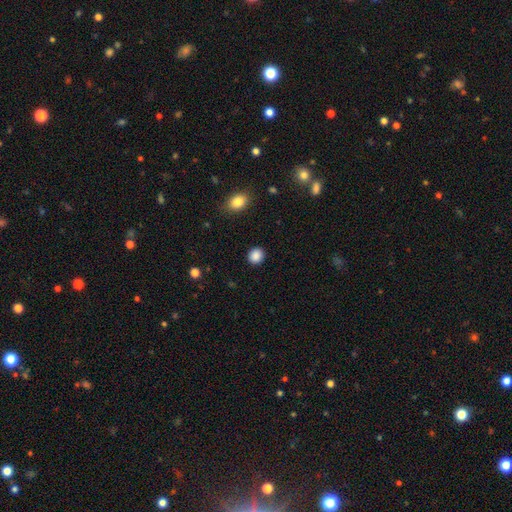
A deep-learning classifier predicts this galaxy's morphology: This is clearly a smooth galaxy (88%). How rounded: clearly round (81%). Merging: clearly none (91%).